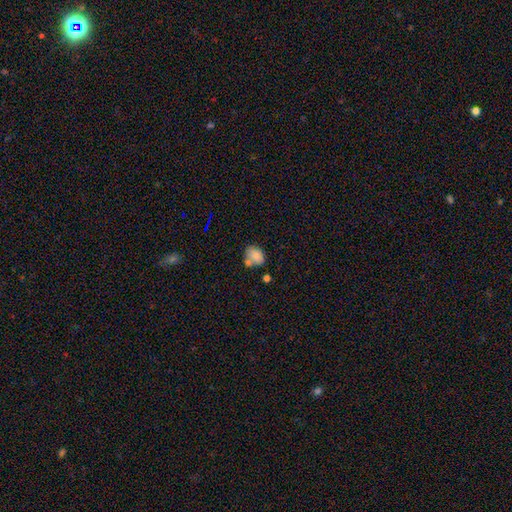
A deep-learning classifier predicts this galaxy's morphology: This is likely a smooth galaxy (79%). How rounded: possibly in between (60%). Merging: possibly none (52%).